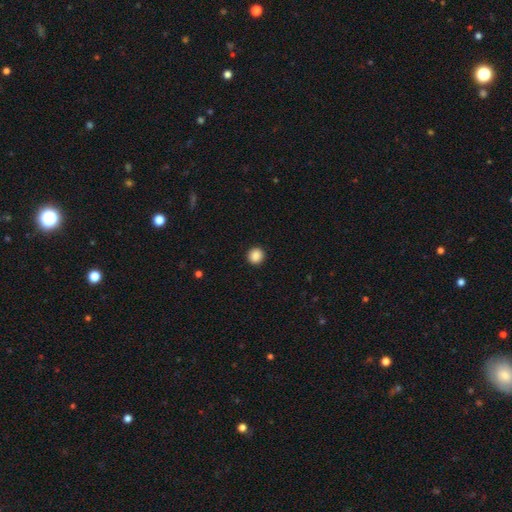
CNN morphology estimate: smooth_or_featured: smooth (p=0.88) [alt: star or artifact p=0.09]
how_rounded: round (p=0.95) [alt: in between p=0.04]
merging: none (p=0.93) [alt: minor disturbance p=0.04]